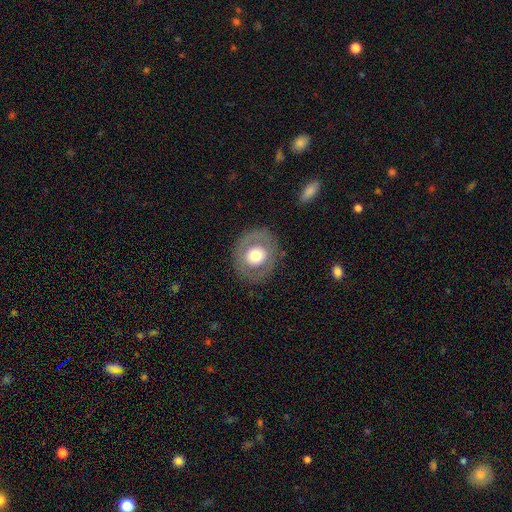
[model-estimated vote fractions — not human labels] smooth_or_featured: smooth (p=0.55) [alt: featured or disk p=0.37]
how_rounded: round (p=0.81) [alt: in between p=0.18]
merging: none (p=0.83) [alt: minor disturbance p=0.10]